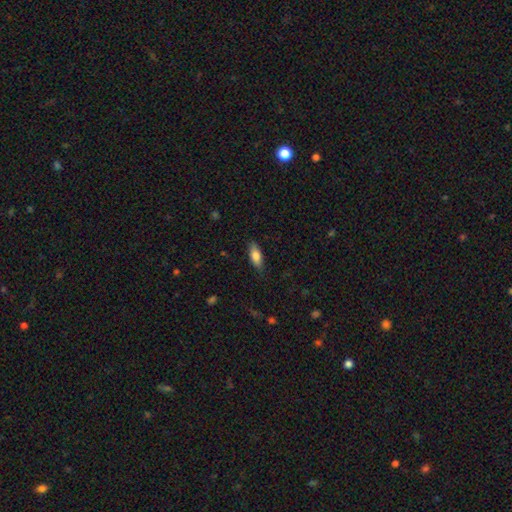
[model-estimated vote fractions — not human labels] The model was most divided on "how rounded": in between: 74%, cigar-shaped: 23%, round: 2%. More confident: merging — none (83%); smooth or featured — smooth (80%).